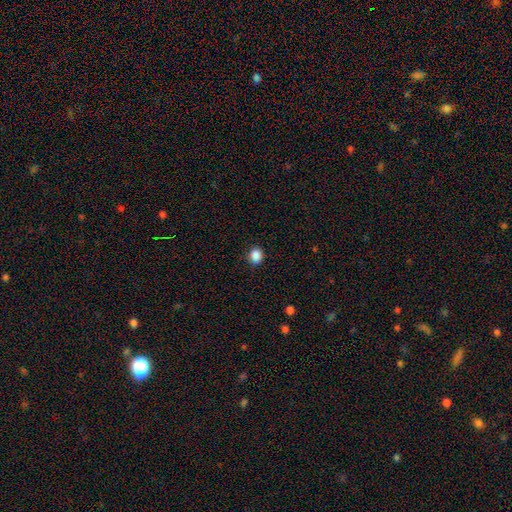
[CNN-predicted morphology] A smooth galaxy with no disk features (88%) that is round (57%).

Vote fractions:
- Smooth or featured? smooth: 88% / star or artifact: 10% / featured or disk: 3%
- How rounded? round: 57% / in between: 42% / cigar-shaped: 1%
- Merging? none: 87% / minor disturbance: 9% / major disturbance: 2% / merger: 1%